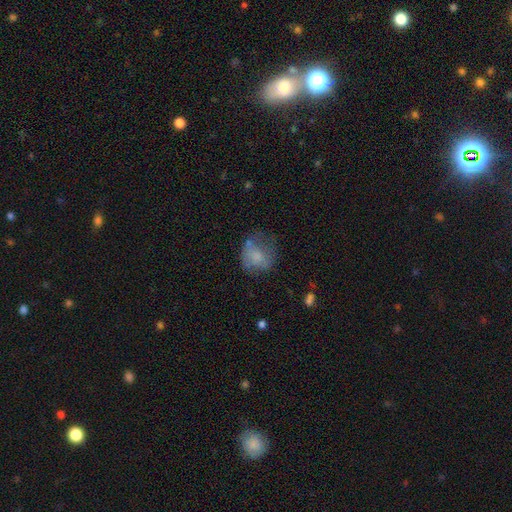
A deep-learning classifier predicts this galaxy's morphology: A smooth galaxy with no disk features (65%) that is round (68%).

Vote fractions:
- Smooth or featured? smooth: 65% / featured or disk: 25% / star or artifact: 10%
- How rounded? round: 68% / in between: 31% / cigar-shaped: 1%
- Merging? none: 44% / minor disturbance: 28% / major disturbance: 24% / merger: 5%